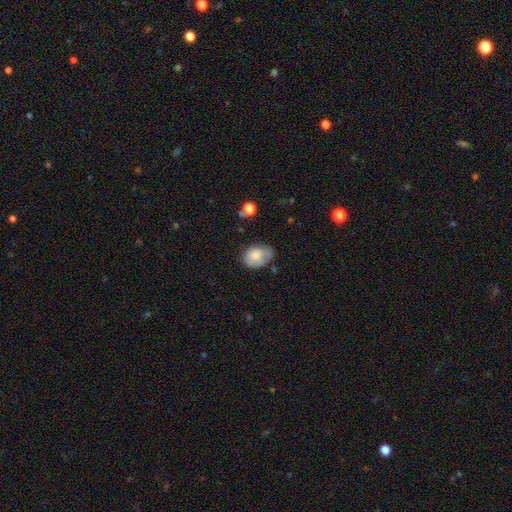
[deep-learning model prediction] smooth 73%, featured or disk 19%, star or artifact 8%. Down the decision tree: how rounded — in between (73%); merging — none (45%).